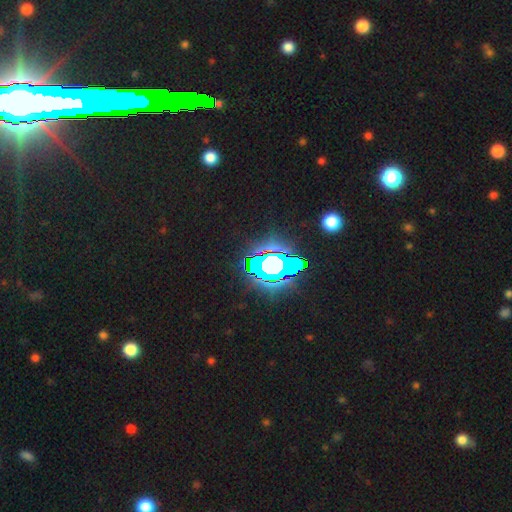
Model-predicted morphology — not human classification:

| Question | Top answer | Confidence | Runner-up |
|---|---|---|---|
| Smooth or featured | star or artifact | 67% | smooth (17%) |